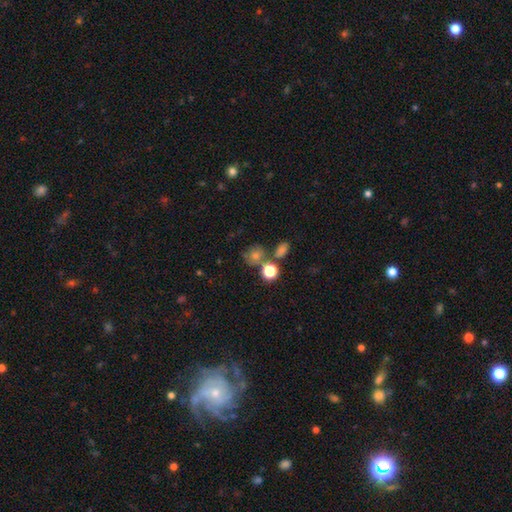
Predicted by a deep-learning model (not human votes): smooth_or_featured: smooth (p=0.60) [alt: star or artifact p=0.25]
how_rounded: round (p=0.78) [alt: in between p=0.21]
merging: none (p=0.60) [alt: merger p=0.21]